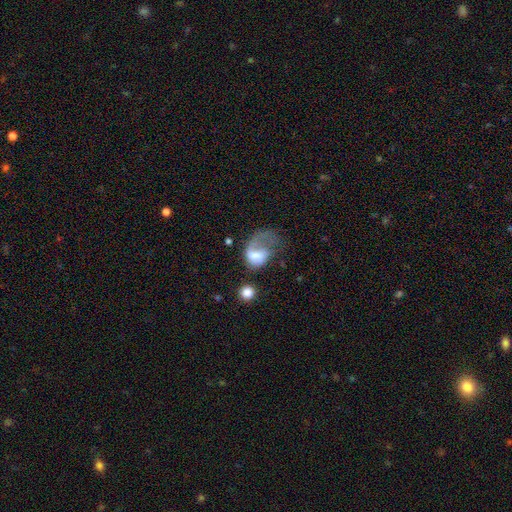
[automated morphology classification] A featured or disk galaxy (49%).

Vote fractions:
- Smooth or featured? featured or disk: 49% / smooth: 43% / star or artifact: 8%
- Merging? major disturbance: 61% / none: 17% / minor disturbance: 14% / merger: 7%